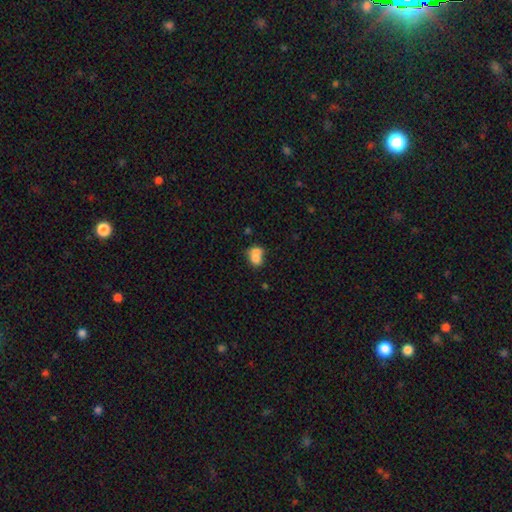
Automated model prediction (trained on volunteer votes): smooth_or_featured: smooth (p=0.74) [alt: featured or disk p=0.16]
how_rounded: in between (p=0.55) [alt: round p=0.43]
merging: merger (p=0.61) [alt: none p=0.24]